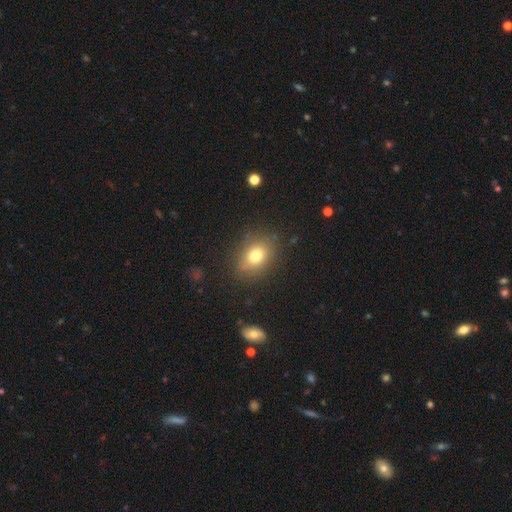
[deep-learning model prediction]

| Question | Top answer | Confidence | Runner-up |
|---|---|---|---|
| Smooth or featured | smooth | 76% | star or artifact (13%) |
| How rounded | in between | 54% | round (45%) |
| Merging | none | 83% | minor disturbance (12%) |